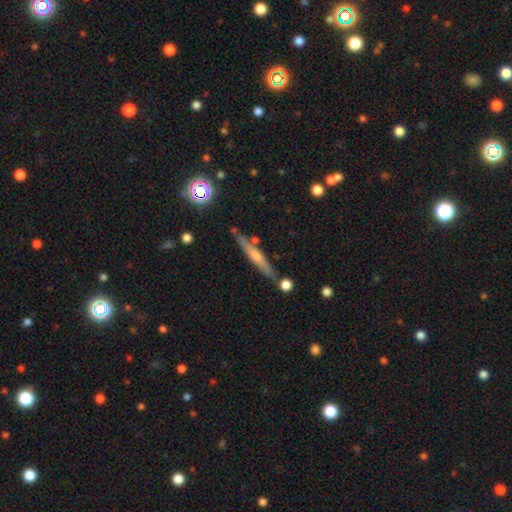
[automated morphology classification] The model was most divided on "smooth or featured": featured or disk: 49%, smooth: 44%, star or artifact: 7%. More confident: merging — none (78%).